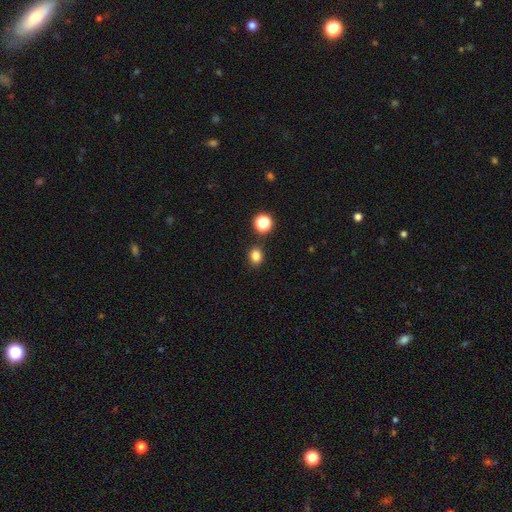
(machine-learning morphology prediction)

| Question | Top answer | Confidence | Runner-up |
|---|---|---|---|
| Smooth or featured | smooth | 82% | star or artifact (14%) |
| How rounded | round | 53% | in between (46%) |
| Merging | none | 81% | minor disturbance (10%) |